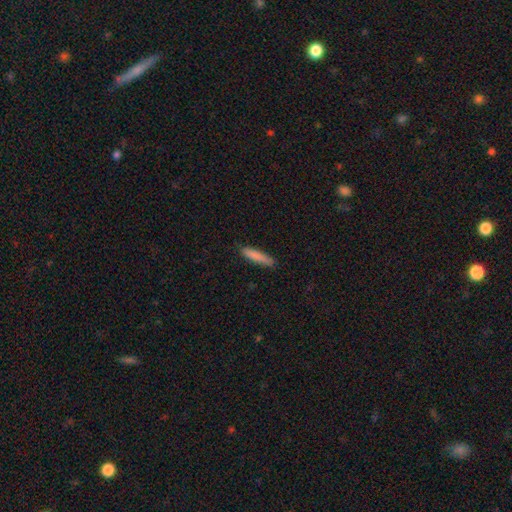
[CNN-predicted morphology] The model was most divided on "smooth or featured": smooth: 84%, featured or disk: 10%, star or artifact: 6%. More confident: how rounded — cigar-shaped (88%); merging — none (86%).